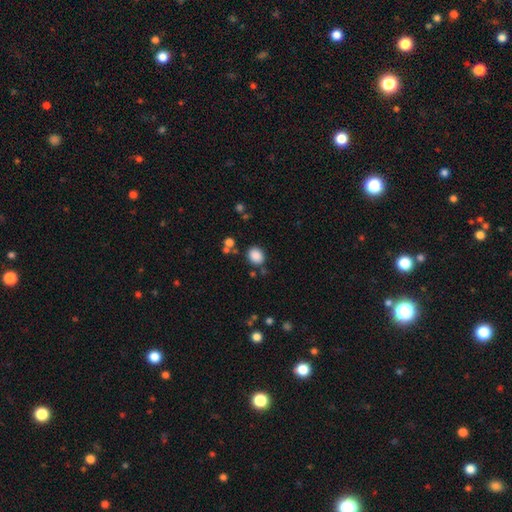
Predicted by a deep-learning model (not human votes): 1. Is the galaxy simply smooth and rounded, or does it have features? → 86% smooth, 10% star or artifact, 4% featured or disk.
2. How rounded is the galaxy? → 52% round, 47% in between, 1% cigar-shaped.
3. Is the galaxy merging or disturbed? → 79% none, 11% minor disturbance, 5% merger, 4% major disturbance.